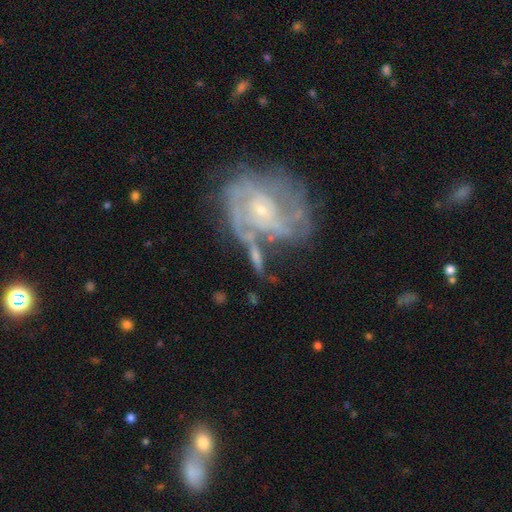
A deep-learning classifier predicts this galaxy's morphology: type=featured or disk (62%); edge-on=no (81%); bar=no (60%); spiral arms=yes (76%); bulge=small (64%); merging=none (37%).